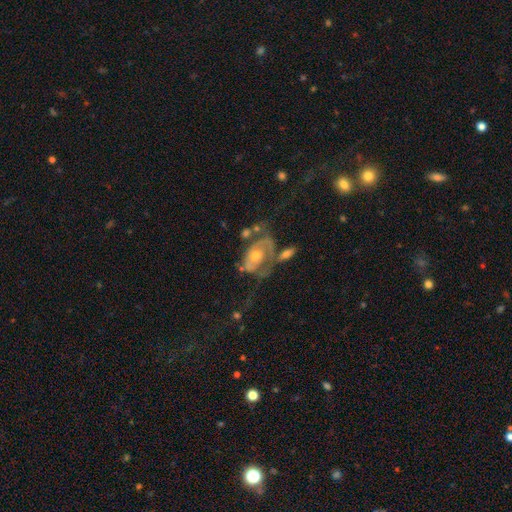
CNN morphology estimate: A featured or disk galaxy (74%) with no bar (76%), 2 (44%) tight (44%) spiral arms (73%) and a moderate central bulge (57%). Merging: major disturbance (31%).